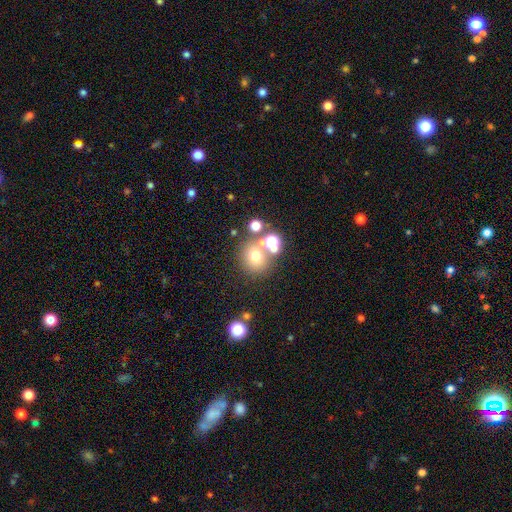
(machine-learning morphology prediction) smooth-or-featured: smooth: 62% | star or artifact: 20% | featured or disk: 18%
  how-rounded: round: 80% | in between: 19% | cigar-shaped: 1%
  merging: none: 57% | merger: 28% | minor disturbance: 9% | major disturbance: 6%